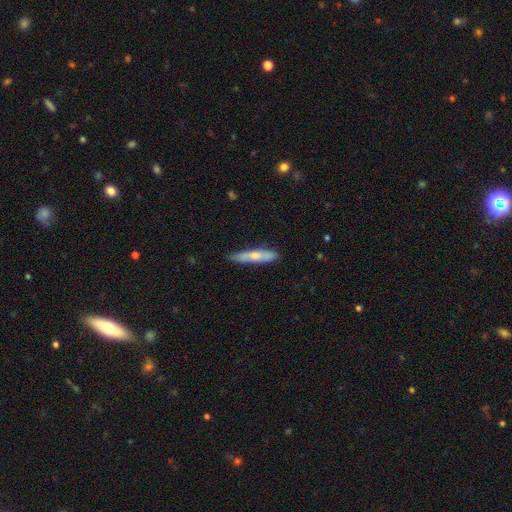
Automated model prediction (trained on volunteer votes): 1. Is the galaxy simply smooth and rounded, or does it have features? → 63% smooth, 32% featured or disk, 6% star or artifact.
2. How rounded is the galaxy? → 88% cigar-shaped, 11% in between, 2% round.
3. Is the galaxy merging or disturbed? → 81% none, 15% minor disturbance, 2% major disturbance, 1% merger.